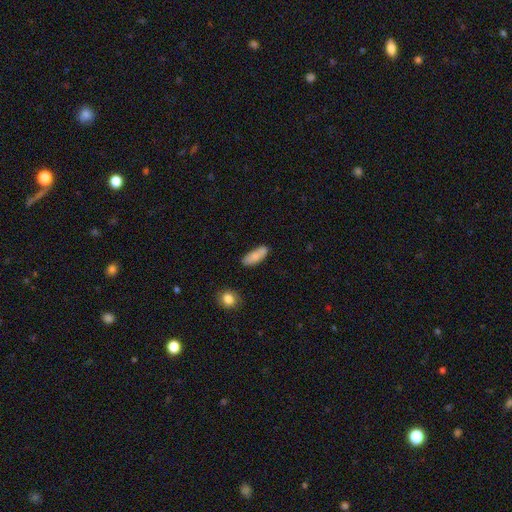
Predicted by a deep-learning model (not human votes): Morphology: type=smooth (81%); roundness=in between (71%); merging=none (75%).